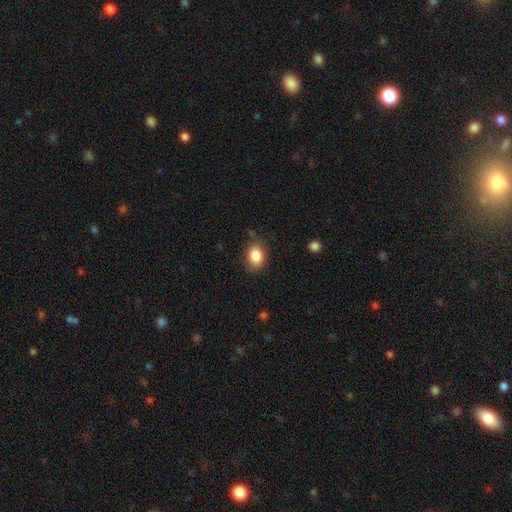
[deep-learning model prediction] A smooth galaxy with no disk features (86%) that is in between round and cigar-shaped (68%). Merging: none (79%).